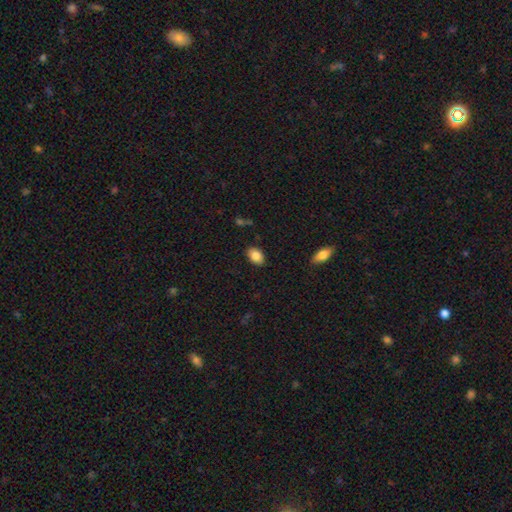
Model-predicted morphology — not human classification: A smooth galaxy with no disk features (86%) that is in between round and cigar-shaped (85%).

Vote fractions:
- Smooth or featured? smooth: 86% / star or artifact: 8% / featured or disk: 7%
- How rounded? in between: 85% / round: 14% / cigar-shaped: 1%
- Merging? none: 86% / minor disturbance: 10% / major disturbance: 2% / merger: 1%